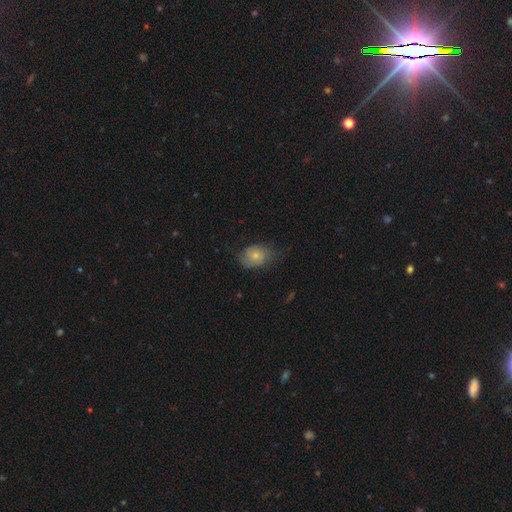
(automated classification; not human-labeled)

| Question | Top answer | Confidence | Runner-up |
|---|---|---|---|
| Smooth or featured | smooth | 68% | featured or disk (25%) |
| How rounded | in between | 67% | round (32%) |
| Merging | none | 54% | minor disturbance (33%) |